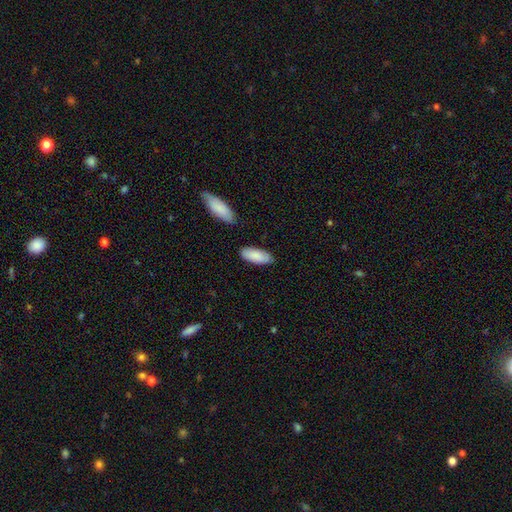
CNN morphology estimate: Smooth or featured? Predicted: smooth (p=0.87). How rounded? Predicted: in between (p=0.84). Merging? Predicted: none (p=0.82).